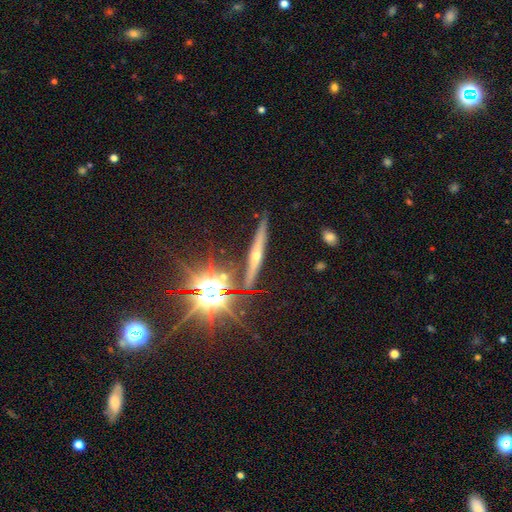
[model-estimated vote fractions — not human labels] The model was most divided on "smooth or featured": featured or disk: 62%, star or artifact: 24%, smooth: 15%. More confident: edge-on disk — yes (95%); edge-on bulge — rounded (88%); merging — none (86%).